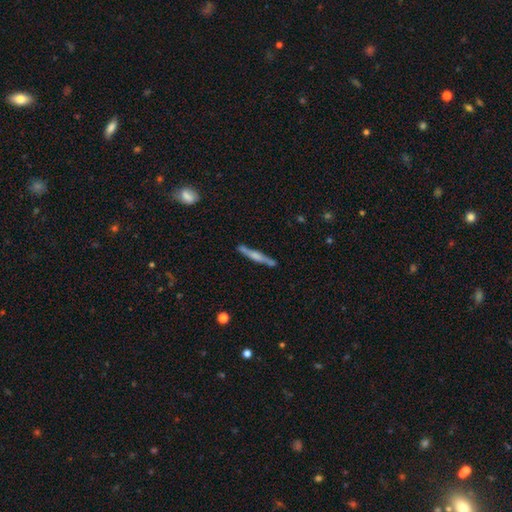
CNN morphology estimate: The model was most divided on "smooth or featured": featured or disk: 52%, smooth: 41%, star or artifact: 6%. More confident: edge-on disk — yes (95%); merging — none (82%).